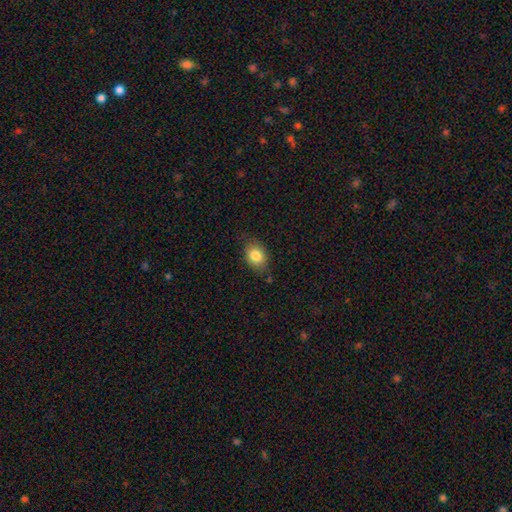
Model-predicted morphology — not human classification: smooth_or_featured: smooth (p=0.82) [alt: featured or disk p=0.09]
how_rounded: in between (p=0.73) [alt: round p=0.26]
merging: none (p=0.76) [alt: minor disturbance p=0.18]